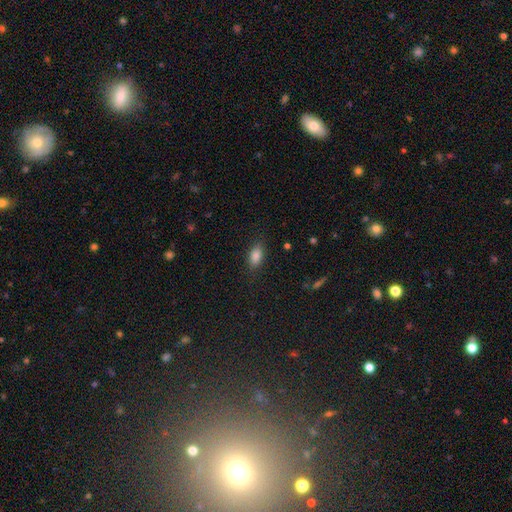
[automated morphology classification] This appears to be a smooth galaxy with no disk features (85%) that is in between round and cigar-shaped (88%). Merging: none (84%).